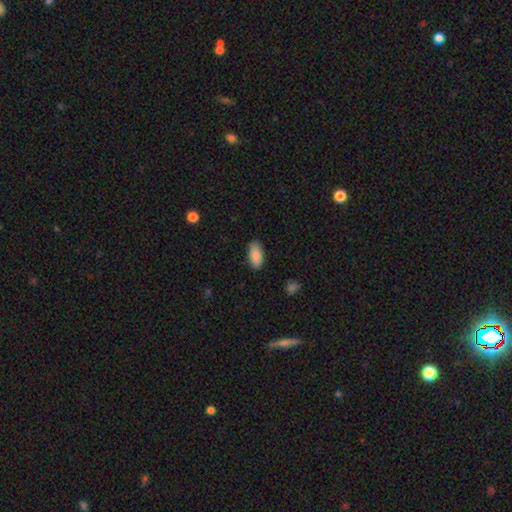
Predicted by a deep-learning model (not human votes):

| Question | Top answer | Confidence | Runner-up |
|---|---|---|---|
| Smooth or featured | smooth | 88% | star or artifact (6%) |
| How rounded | in between | 92% | cigar-shaped (6%) |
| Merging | none | 83% | minor disturbance (13%) |